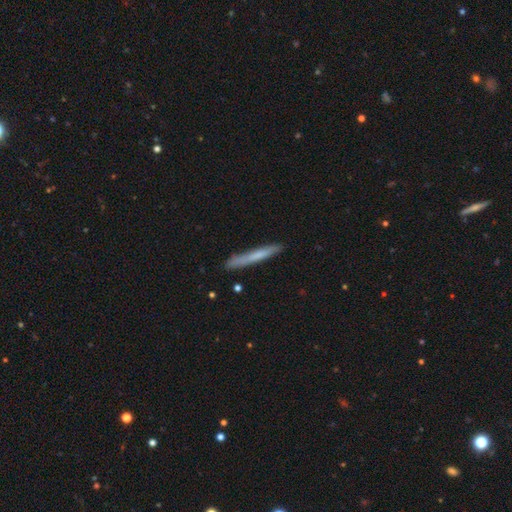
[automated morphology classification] smooth-or-featured: smooth: 61% | featured or disk: 32% | star or artifact: 6%
  how-rounded: cigar-shaped: 96% | in between: 2% | round: 1%
  merging: none: 86% | minor disturbance: 11% | major disturbance: 2% | merger: 2%